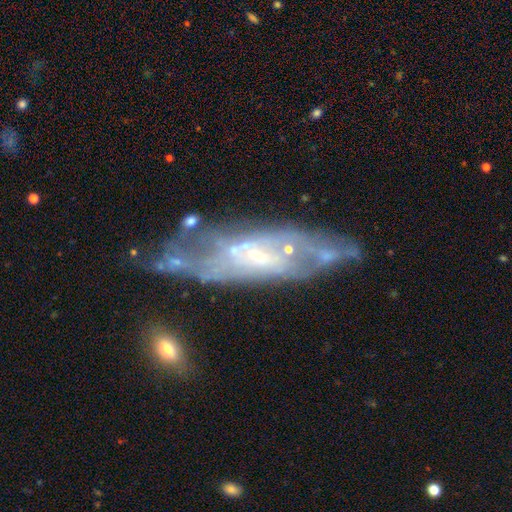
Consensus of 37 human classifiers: Morphology: type=featured or disk (76%); edge-on=no (82%); bar=weak (61%); spiral arms=yes (70%); winding=loose (50%); arm count=can't tell (56%); bulge=small (61%); merging=none (44%).